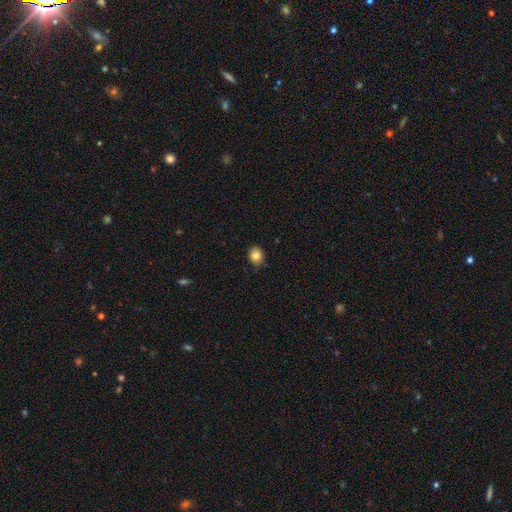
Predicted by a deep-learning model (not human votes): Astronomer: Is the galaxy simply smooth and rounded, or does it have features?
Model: smooth — 84%.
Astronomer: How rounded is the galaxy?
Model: round — 57% (runner-up: in between, 42%).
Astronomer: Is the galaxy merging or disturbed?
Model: none — 80%.